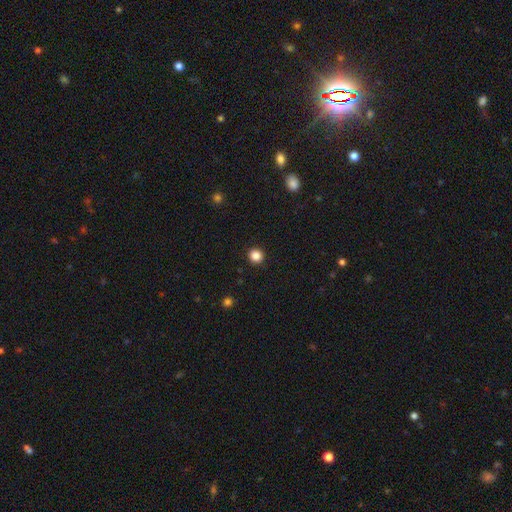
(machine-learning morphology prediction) This appears to be a smooth galaxy with no disk features (86%) that is round (92%). Merging: none (93%).